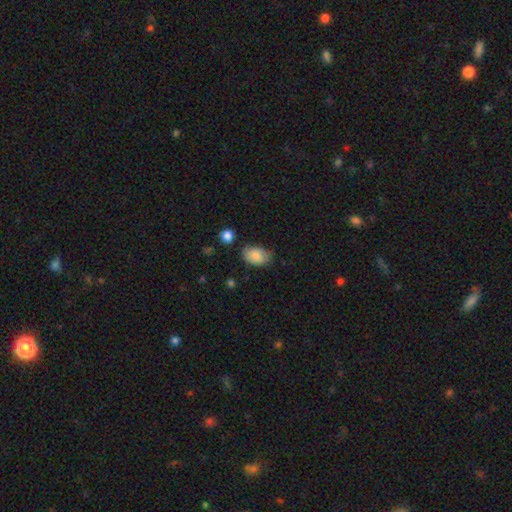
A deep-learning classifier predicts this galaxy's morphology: smooth_or_featured: smooth (p=0.83) [alt: featured or disk p=0.09]
how_rounded: in between (p=0.87) [alt: round p=0.12]
merging: none (p=0.67) [alt: minor disturbance p=0.26]